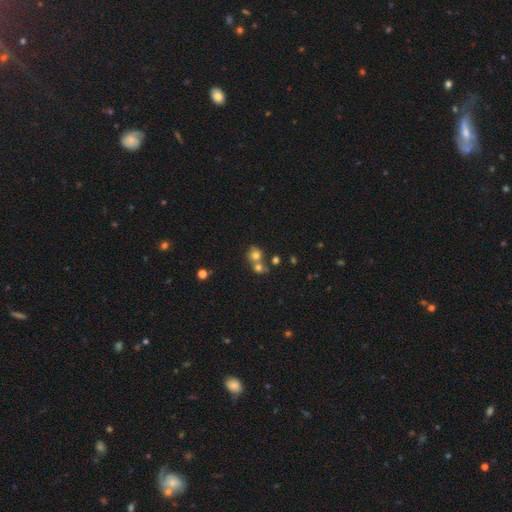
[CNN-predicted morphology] A smooth galaxy with no disk features (71%) that is round (80%).

Vote fractions:
- Smooth or featured? smooth: 71% / star or artifact: 15% / featured or disk: 14%
- How rounded? round: 80% / in between: 19% / cigar-shaped: 1%
- Merging? merger: 47% / none: 41% / minor disturbance: 8% / major disturbance: 4%